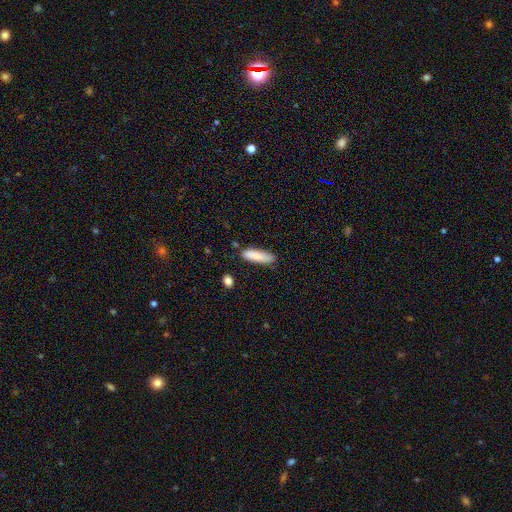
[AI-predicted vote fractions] Smooth or featured? smooth (85%)
How rounded? cigar-shaped (63%)
Merging? none (80%)